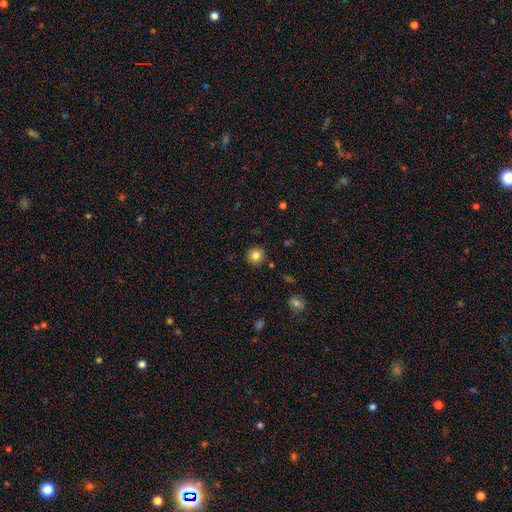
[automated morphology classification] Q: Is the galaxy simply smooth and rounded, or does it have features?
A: smooth — 83%.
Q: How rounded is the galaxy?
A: round — 93%.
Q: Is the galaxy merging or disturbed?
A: none — 89%.